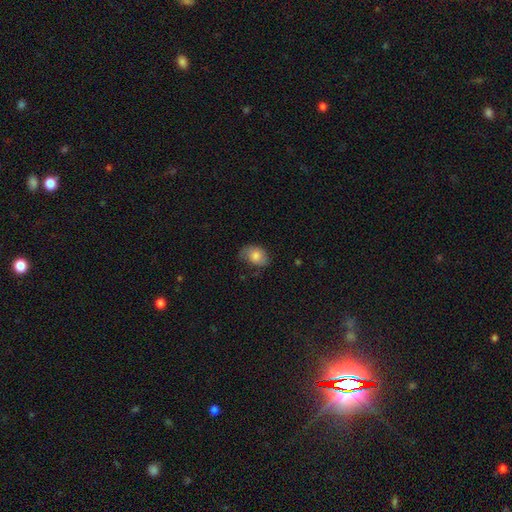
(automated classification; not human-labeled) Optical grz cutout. It shows a smooth galaxy with no disk features (73%) that is in between round and cigar-shaped (74%). Merging: none (55%).